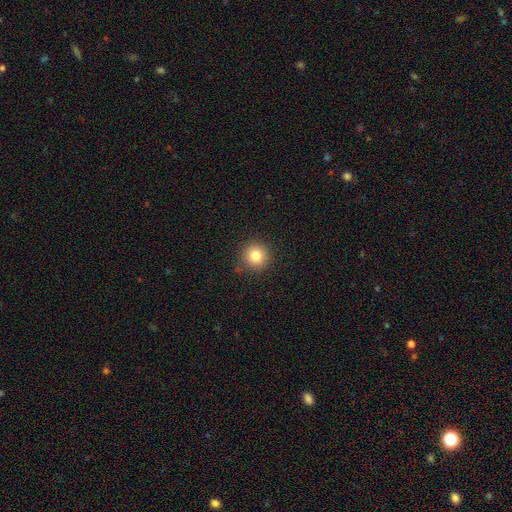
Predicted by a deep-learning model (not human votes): smooth_or_featured: smooth (p=0.82) [alt: star or artifact p=0.11]
how_rounded: round (p=0.94) [alt: in between p=0.05]
merging: none (p=0.89) [alt: minor disturbance p=0.08]